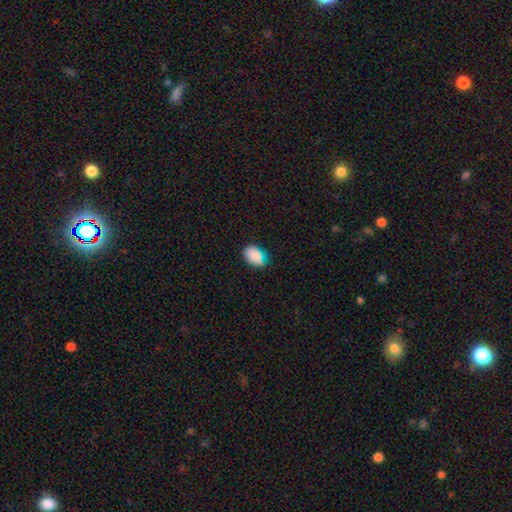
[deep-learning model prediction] The model was most divided on "merging": none: 75%, minor disturbance: 20%, major disturbance: 3%, merger: 2%. More confident: smooth or featured — smooth (85%); how rounded — in between (84%).